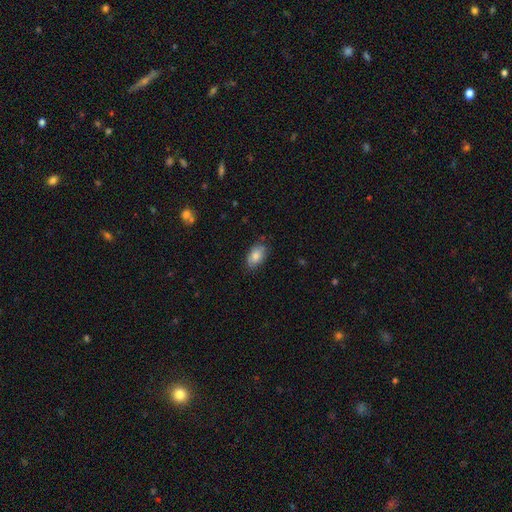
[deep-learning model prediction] This appears to be a smooth galaxy with no disk features (82%) that is in between round and cigar-shaped (92%). Merging: none (78%).